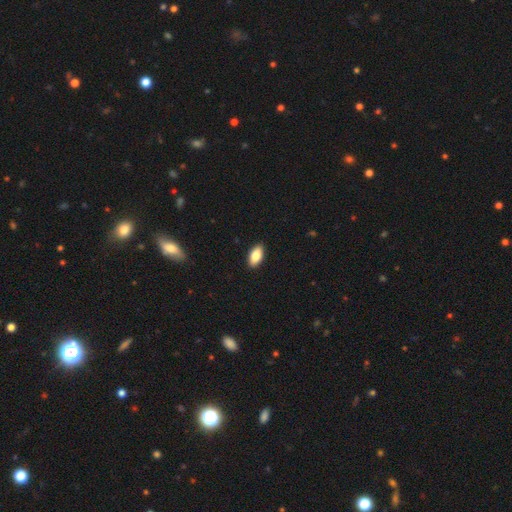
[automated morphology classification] A smooth galaxy with no disk features (84%) that is in between round and cigar-shaped (92%).

Vote fractions:
- Smooth or featured? smooth: 84% / featured or disk: 9% / star or artifact: 7%
- How rounded? in between: 92% / cigar-shaped: 5% / round: 3%
- Merging? none: 90% / minor disturbance: 8% / major disturbance: 2% / merger: 1%